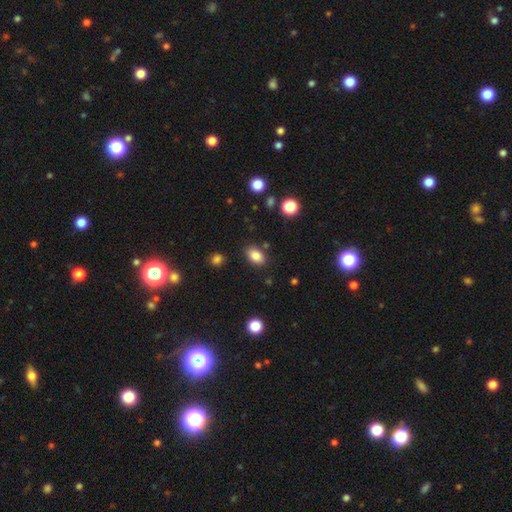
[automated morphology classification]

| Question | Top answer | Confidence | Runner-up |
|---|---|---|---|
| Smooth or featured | smooth | 85% | star or artifact (9%) |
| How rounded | in between | 84% | round (14%) |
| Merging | none | 84% | minor disturbance (11%) |